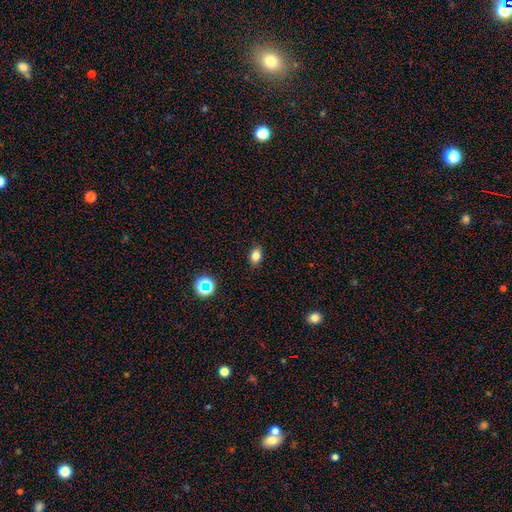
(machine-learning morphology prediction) Q: Smooth or featured?
A: smooth (79%); runner-up: star or artifact (13%)
Q: How rounded?
A: in between (76%); runner-up: round (22%)
Q: Merging?
A: none (87%); runner-up: minor disturbance (10%)